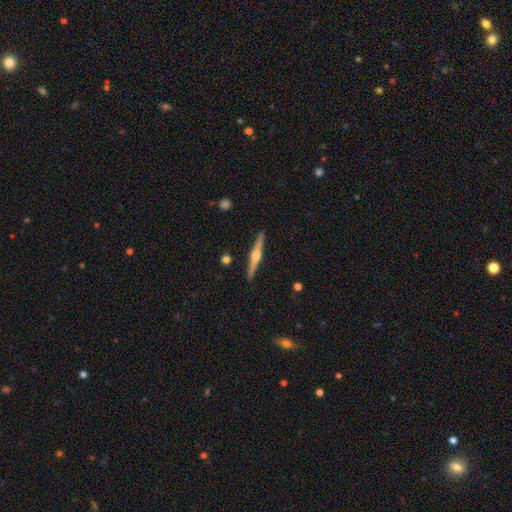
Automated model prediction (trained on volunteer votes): This appears to be a featured or disk galaxy (77%) viewed edge-on (98%) with a rounded central bulge (93%). Merging: none (91%).